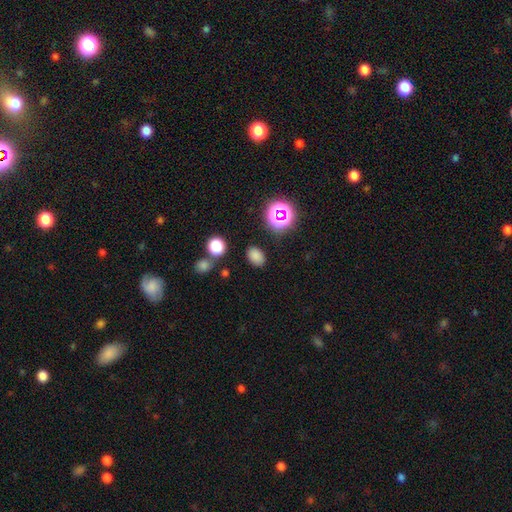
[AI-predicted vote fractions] Morphology: type=smooth (77%); roundness=in between (80%); merging=none (84%).